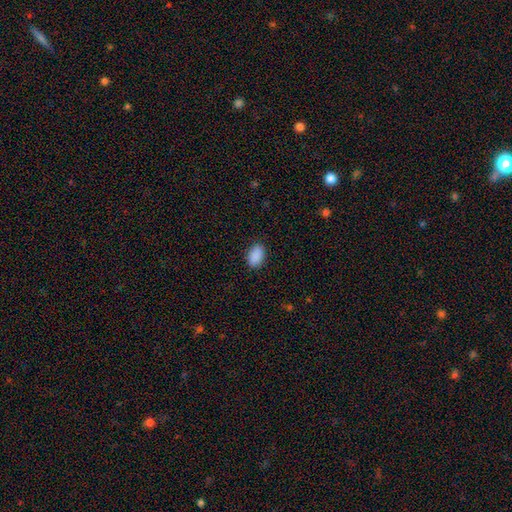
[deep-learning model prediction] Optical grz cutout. It shows a smooth galaxy with no disk features (90%) that is in between round and cigar-shaped (91%). Merging: none (88%).